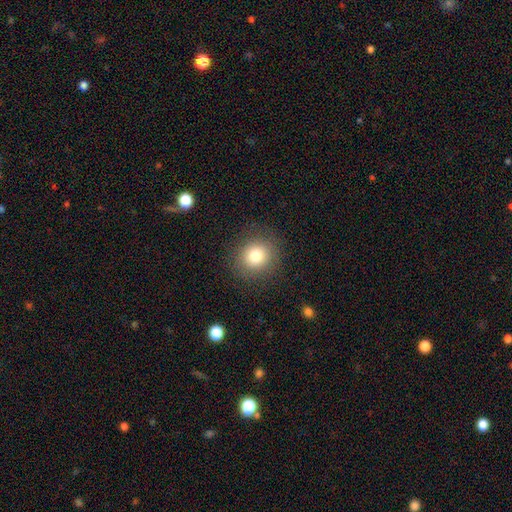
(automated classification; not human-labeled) A smooth galaxy with no disk features (79%) that is round (86%). Merging: none (87%).